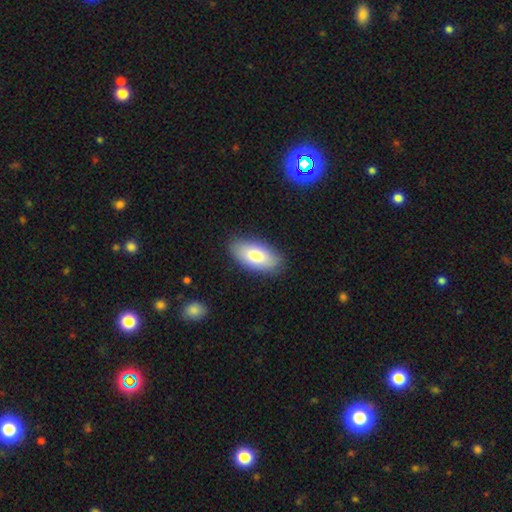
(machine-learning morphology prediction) This appears to be a smooth galaxy with no disk features (80%) that is in between round and cigar-shaped (92%). Merging: none (86%).